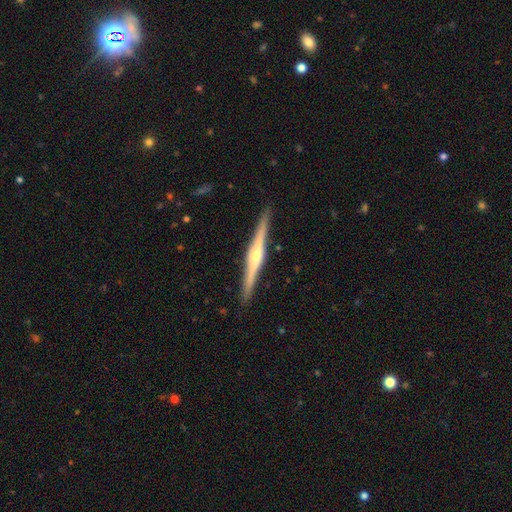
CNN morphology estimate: This appears to be a featured or disk galaxy (83%) viewed edge-on (98%) with a rounded central bulge (86%). Merging: none (92%).